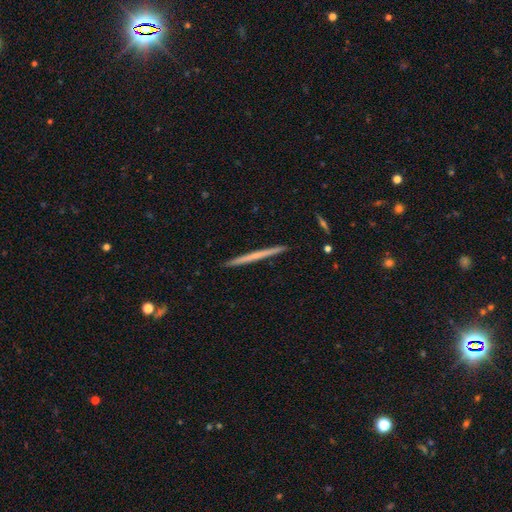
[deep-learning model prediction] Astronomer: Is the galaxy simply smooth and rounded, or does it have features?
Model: featured or disk — 51% (runner-up: smooth, 44%).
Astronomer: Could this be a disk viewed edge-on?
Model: yes — 98%.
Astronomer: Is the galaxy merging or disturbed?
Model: none — 93%.